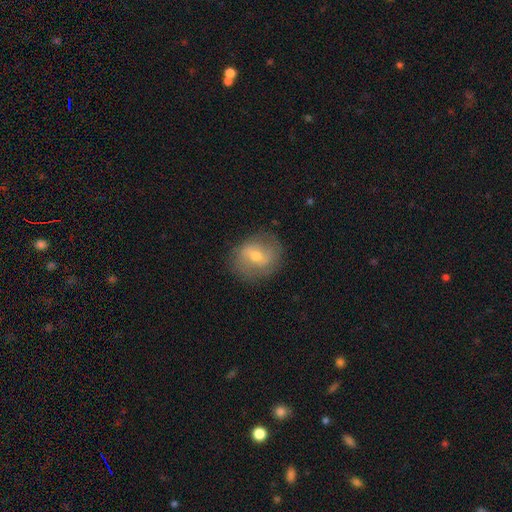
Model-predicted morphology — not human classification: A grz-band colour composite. It shows a featured or disk galaxy (55%) with a weak bar (50%), spiral arms (64%) and a moderate central bulge (57%). Merging: none (79%).